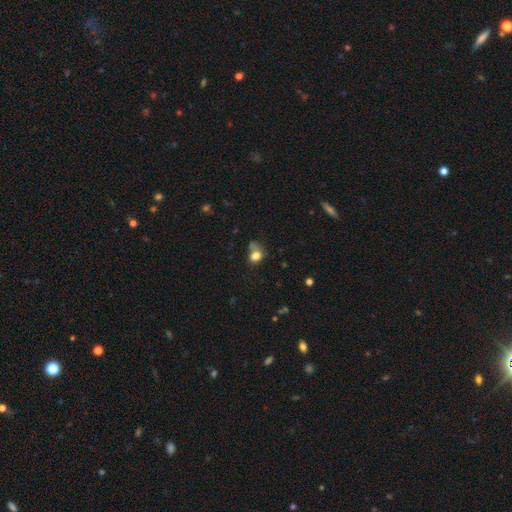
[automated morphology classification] smooth_or_featured: smooth (p=0.76) [alt: star or artifact p=0.12]
how_rounded: in between (p=0.50) [alt: round p=0.49]
merging: none (p=0.35) [alt: minor disturbance p=0.27]